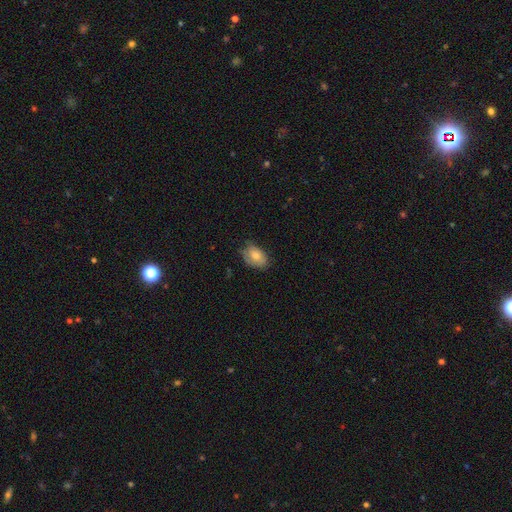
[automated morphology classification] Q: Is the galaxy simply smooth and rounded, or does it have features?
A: smooth — 74%.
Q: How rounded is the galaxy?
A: in between — 88%.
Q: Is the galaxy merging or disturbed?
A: none — 62%.